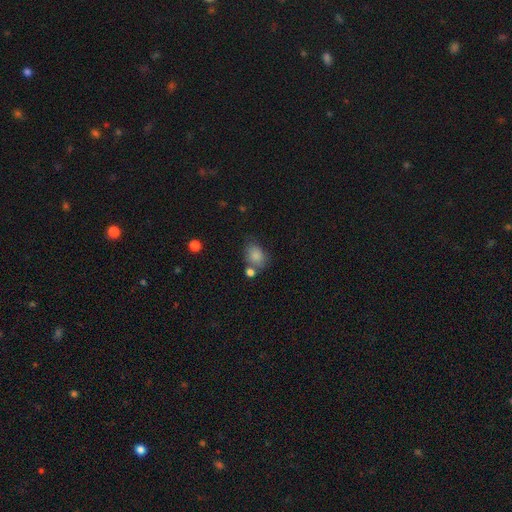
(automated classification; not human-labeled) A smooth galaxy with no disk features (83%) that is in between round and cigar-shaped (66%). Merging: none (59%).